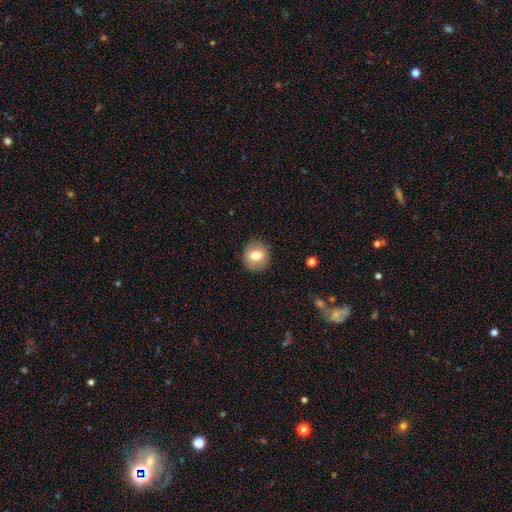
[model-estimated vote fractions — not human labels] This is likely a smooth galaxy (73%). How rounded: clearly round (82%). Merging: clearly none (88%).